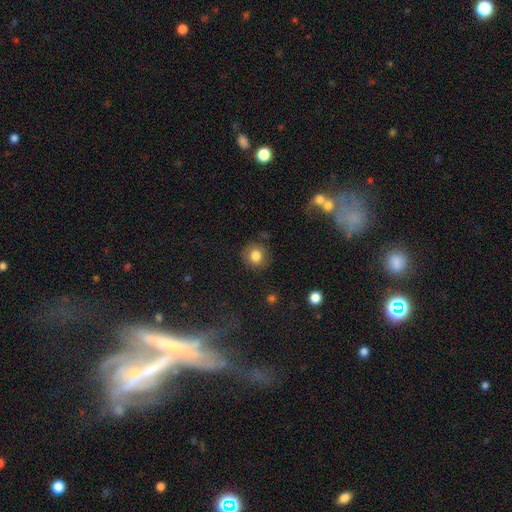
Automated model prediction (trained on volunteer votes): Smooth or featured? Predicted: smooth (p=0.81). How rounded? Predicted: round (p=0.86). Merging? Predicted: none (p=0.82).